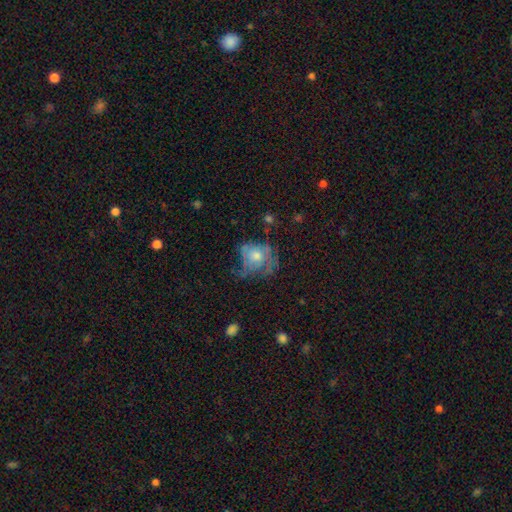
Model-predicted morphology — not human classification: smooth-or-featured: smooth: 45% | featured or disk: 42% | star or artifact: 12%
  merging: none: 38% | major disturbance: 32% | minor disturbance: 27% | merger: 3%